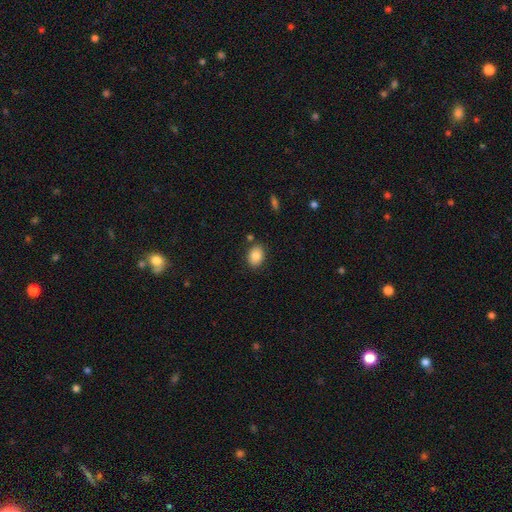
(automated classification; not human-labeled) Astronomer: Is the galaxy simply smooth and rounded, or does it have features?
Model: smooth — 85%.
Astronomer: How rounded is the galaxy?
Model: in between — 69%.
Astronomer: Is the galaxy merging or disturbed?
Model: none — 83%.